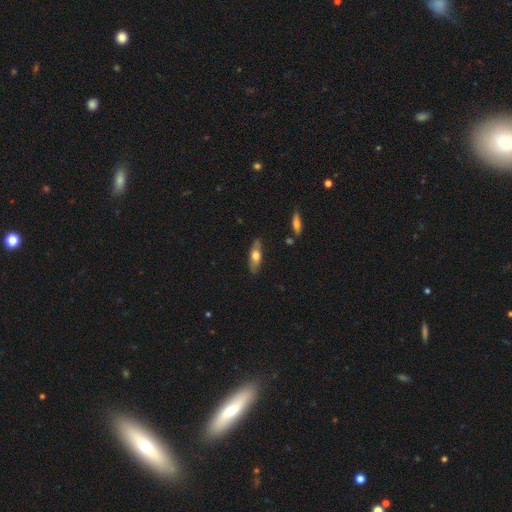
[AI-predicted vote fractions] Smooth or featured: smooth — 56% (featured or disk — 38%)
How rounded: in between — 55% (cigar-shaped — 42%)
Merging: none — 84% (minor disturbance — 12%)